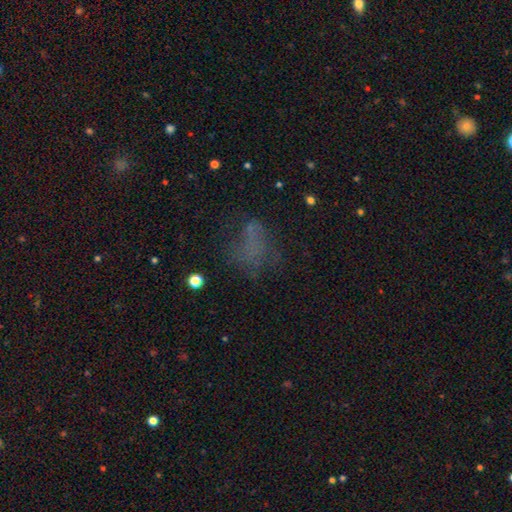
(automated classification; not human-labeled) This appears to be a smooth galaxy with no disk features (42%). Merging: none (48%).